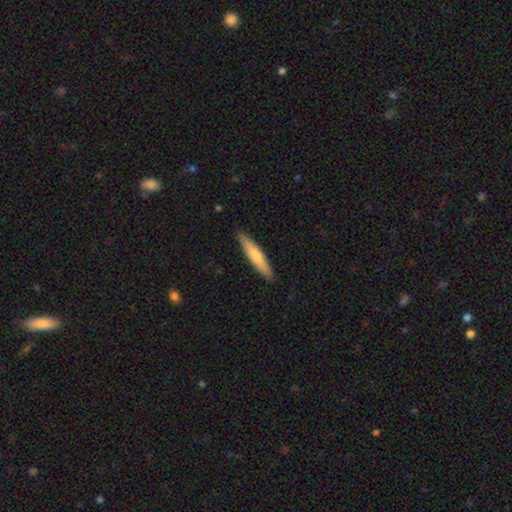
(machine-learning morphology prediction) This is likely a smooth galaxy (67%). How rounded: clearly cigar-shaped (89%). Merging: clearly none (90%).